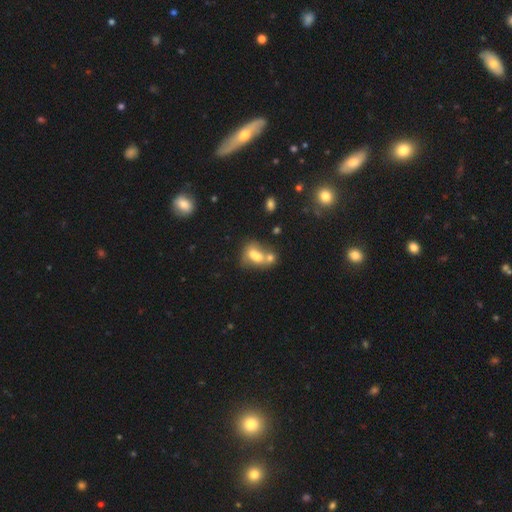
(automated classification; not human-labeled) Smooth or featured: smooth — 63% (featured or disk — 26%)
How rounded: in between — 66% (round — 31%)
Merging: merger — 67% (none — 19%)